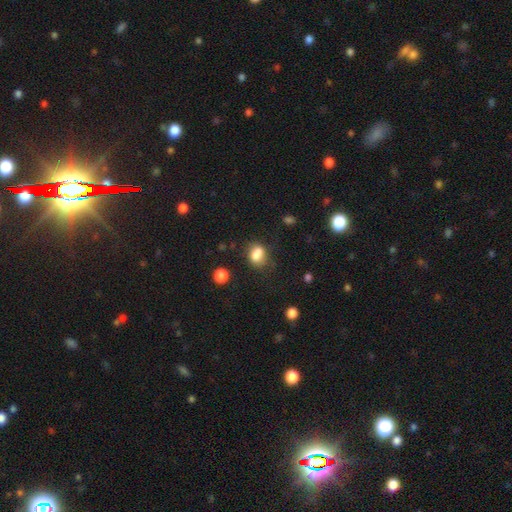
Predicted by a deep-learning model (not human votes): Overall: smooth (76%). How rounded: in between (62%; round 36%). Merging: none (46%; merger 22%).